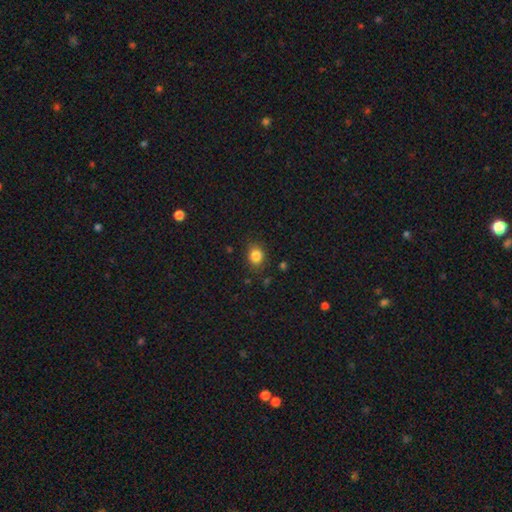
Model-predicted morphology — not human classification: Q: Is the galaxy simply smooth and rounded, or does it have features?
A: smooth — 84%.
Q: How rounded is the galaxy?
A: round — 62%.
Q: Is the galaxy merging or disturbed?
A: none — 83%.